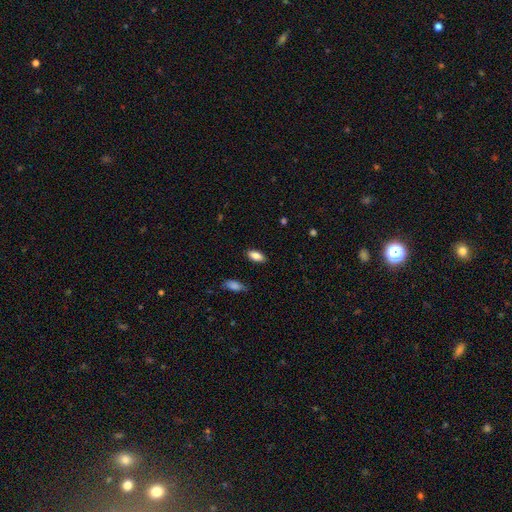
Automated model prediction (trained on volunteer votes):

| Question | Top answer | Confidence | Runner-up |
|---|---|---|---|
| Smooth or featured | smooth | 86% | star or artifact (7%) |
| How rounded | in between | 90% | cigar-shaped (7%) |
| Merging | none | 87% | minor disturbance (9%) |